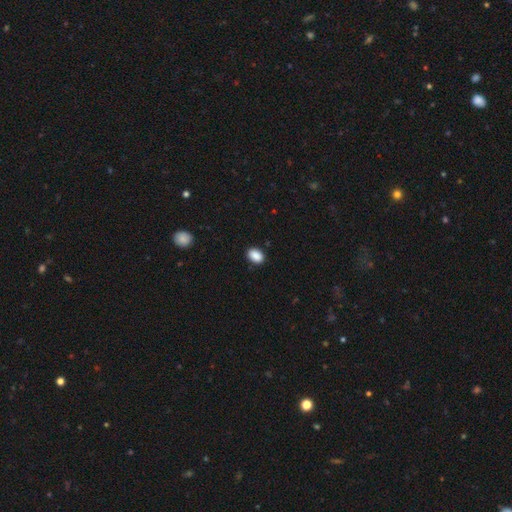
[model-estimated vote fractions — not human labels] Smooth or featured?
  - smooth: 90% *
  - star or artifact: 8%
  - featured or disk: 3%
How rounded?
  - in between: 81% *
  - round: 17%
  - cigar-shaped: 1%
Merging?
  - none: 89% *
  - minor disturbance: 9%
  - major disturbance: 2%
  - merger: 1%